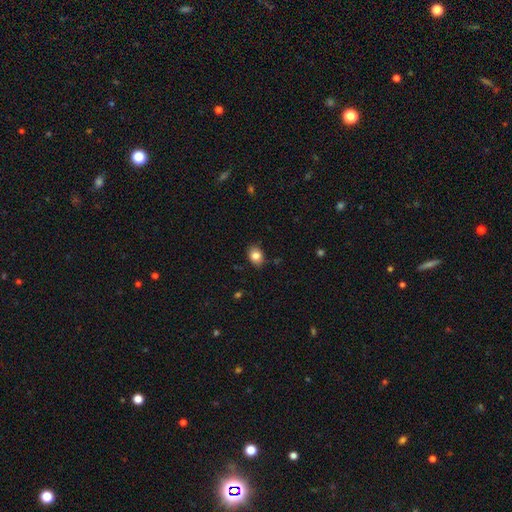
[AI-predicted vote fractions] smooth 83%, star or artifact 9%, featured or disk 8%. Down the decision tree: how rounded — in between (71%); merging — none (84%).